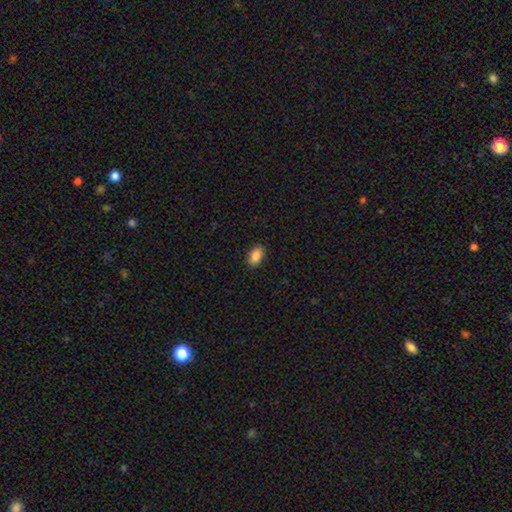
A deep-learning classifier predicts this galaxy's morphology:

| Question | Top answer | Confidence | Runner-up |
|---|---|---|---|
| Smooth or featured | smooth | 88% | star or artifact (8%) |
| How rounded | in between | 92% | round (6%) |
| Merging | none | 89% | minor disturbance (8%) |